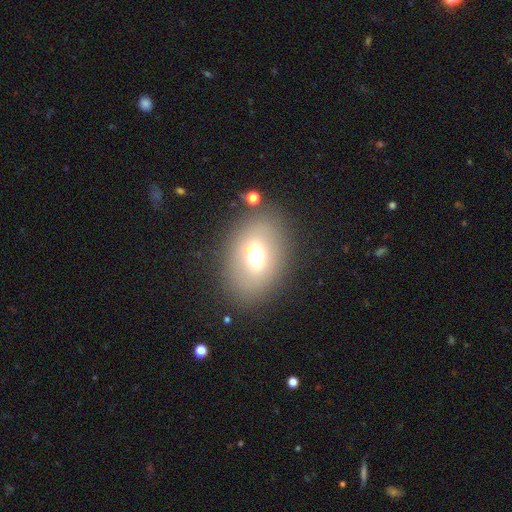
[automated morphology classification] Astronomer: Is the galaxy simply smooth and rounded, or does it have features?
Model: smooth — 61%.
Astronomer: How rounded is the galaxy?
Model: in between — 65%.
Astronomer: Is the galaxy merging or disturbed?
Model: none — 72%.